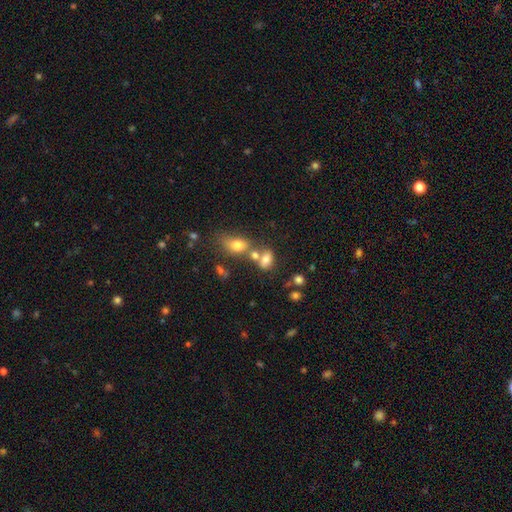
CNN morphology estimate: Smooth or featured? smooth (72%)
How rounded? in between (78%)
Merging? merger (44%)